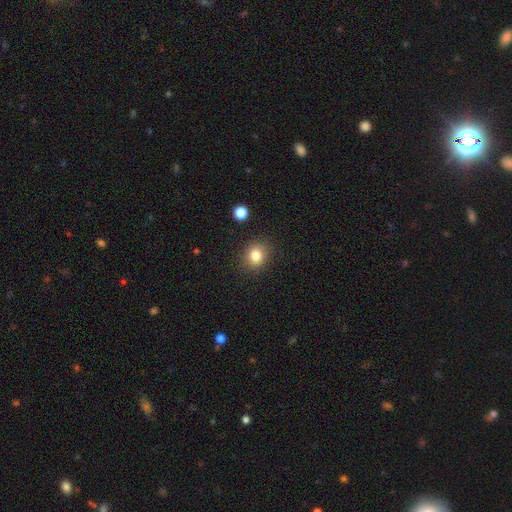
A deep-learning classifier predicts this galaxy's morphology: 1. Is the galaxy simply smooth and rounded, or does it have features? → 81% smooth, 12% star or artifact, 7% featured or disk.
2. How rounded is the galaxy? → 77% round, 22% in between, 1% cigar-shaped.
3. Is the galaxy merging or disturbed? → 85% none, 10% minor disturbance, 3% major disturbance, 2% merger.